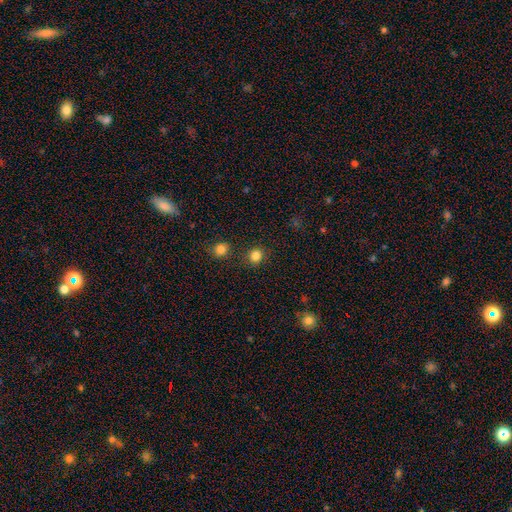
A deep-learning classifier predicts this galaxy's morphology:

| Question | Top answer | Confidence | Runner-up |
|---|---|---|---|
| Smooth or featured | smooth | 83% | star or artifact (13%) |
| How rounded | round | 88% | in between (11%) |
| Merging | none | 88% | minor disturbance (7%) |